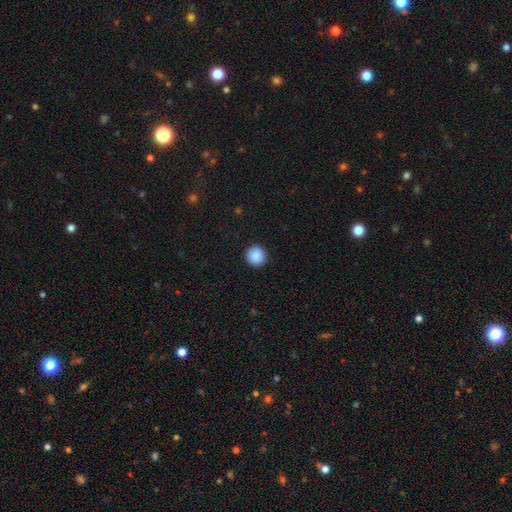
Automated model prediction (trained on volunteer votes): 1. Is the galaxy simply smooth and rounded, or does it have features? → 89% smooth, 8% star or artifact, 3% featured or disk.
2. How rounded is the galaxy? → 95% round, 4% in between, 1% cigar-shaped.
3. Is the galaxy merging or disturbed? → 93% none, 4% minor disturbance, 2% major disturbance, 1% merger.